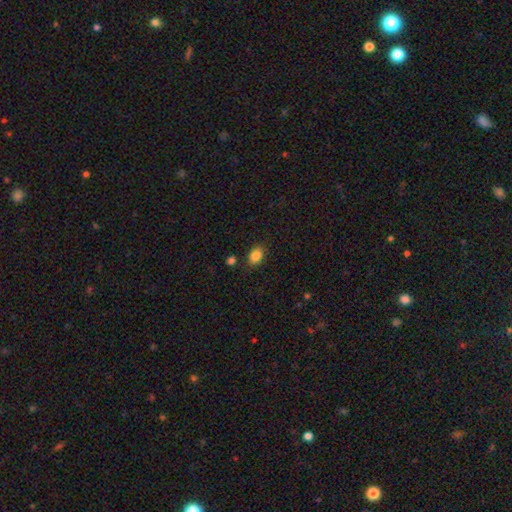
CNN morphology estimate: This appears to be a smooth galaxy with no disk features (85%) that is in between round and cigar-shaped (70%). Merging: none (81%).